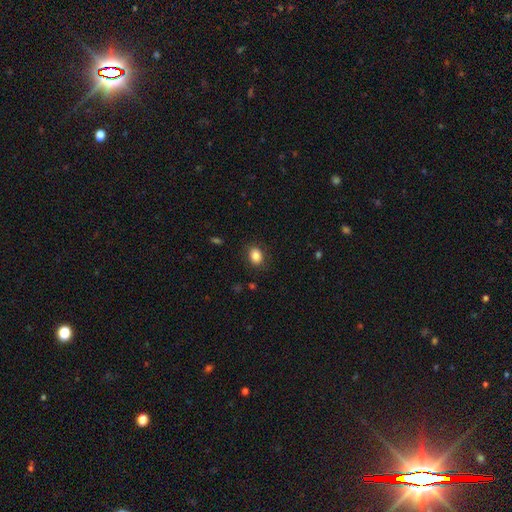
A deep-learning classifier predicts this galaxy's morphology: This appears to be a smooth galaxy with no disk features (85%) that is in between round and cigar-shaped (65%). Merging: none (85%).